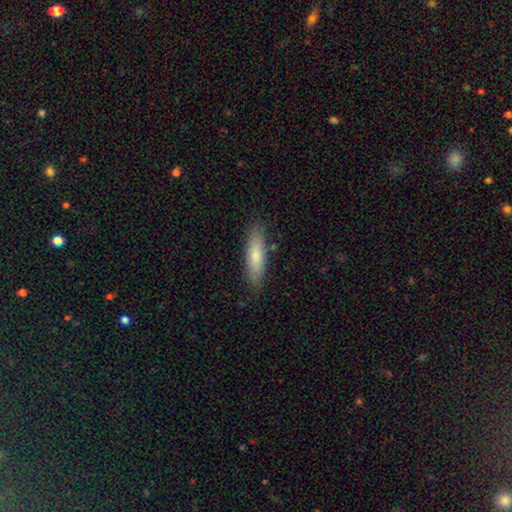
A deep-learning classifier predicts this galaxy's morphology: This appears to be a smooth galaxy with no disk features (75%) that is cigar-shaped (62%). Merging: none (84%).